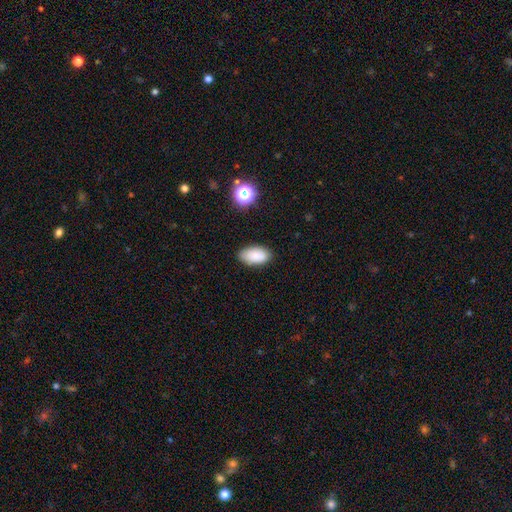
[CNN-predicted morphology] Q: Smooth or featured?
A: smooth (87%); runner-up: star or artifact (8%)
Q: How rounded?
A: in between (94%); runner-up: round (3%)
Q: Merging?
A: none (84%); runner-up: minor disturbance (12%)